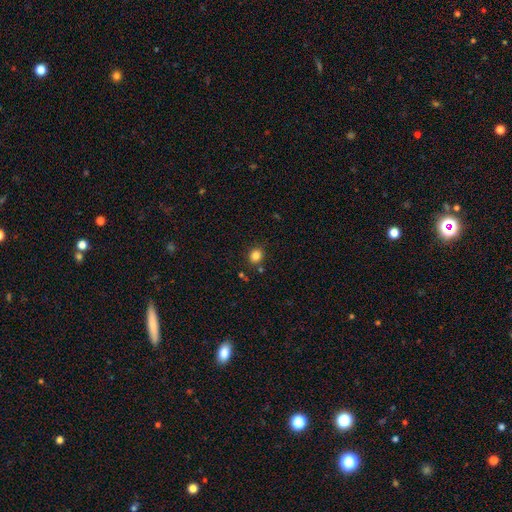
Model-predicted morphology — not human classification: A smooth galaxy with no disk features (84%) that is round (76%). Merging: none (84%).